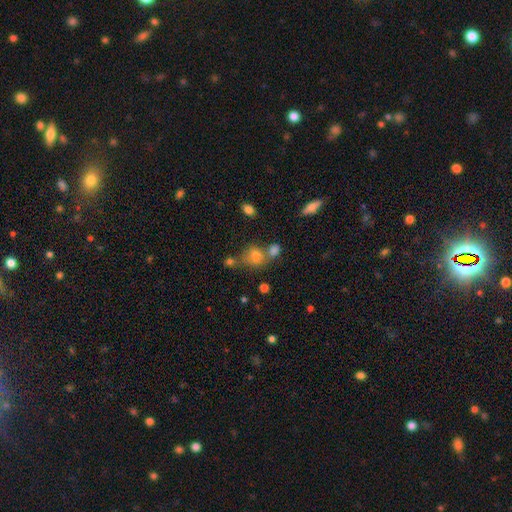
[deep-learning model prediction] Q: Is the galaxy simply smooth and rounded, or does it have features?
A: smooth — 62%.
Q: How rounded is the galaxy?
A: round — 71%.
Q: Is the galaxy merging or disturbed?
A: none — 57%.